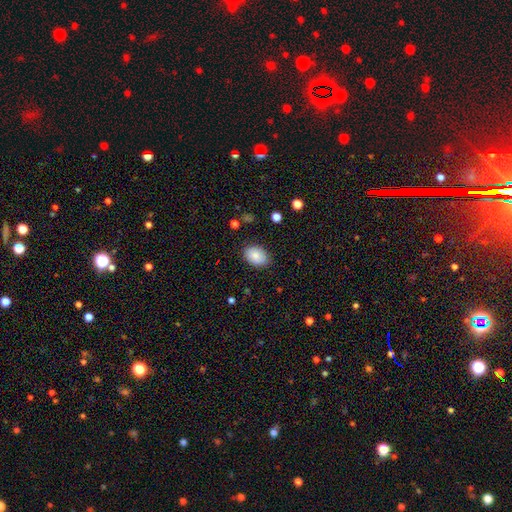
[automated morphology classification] A smooth galaxy with no disk features (85%) that is in between round and cigar-shaped (81%).

Vote fractions:
- Smooth or featured? smooth: 85% / featured or disk: 7% / star or artifact: 7%
- How rounded? in between: 81% / round: 18% / cigar-shaped: 1%
- Merging? none: 84% / minor disturbance: 12% / major disturbance: 3% / merger: 1%